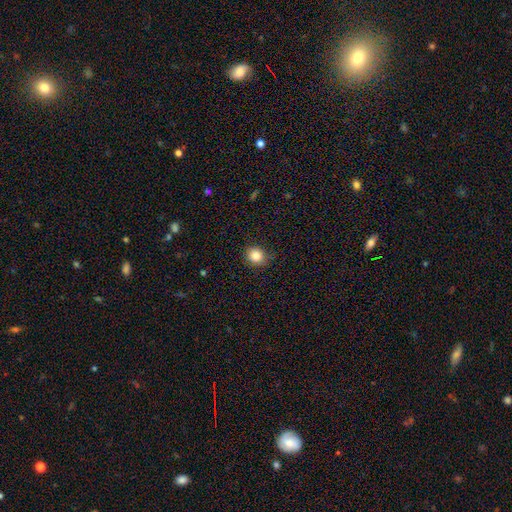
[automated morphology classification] Overall: smooth (85%). How rounded: round (81%). Merging: none (87%).